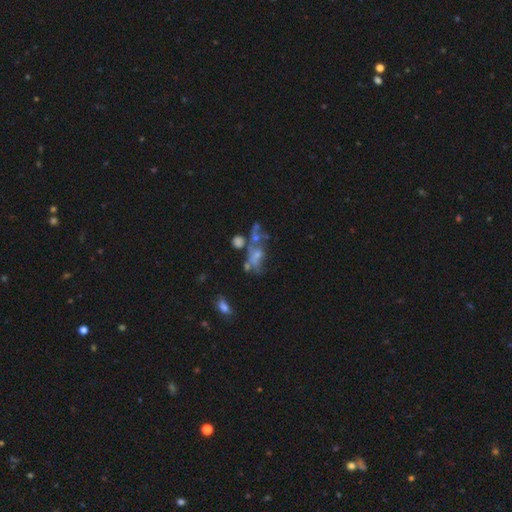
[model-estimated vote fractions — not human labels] Smooth or featured?
  - featured or disk: 43% *
  - smooth: 38%
  - star or artifact: 19%
Merging?
  - merger: 38% *
  - major disturbance: 25%
  - none: 23%
  - minor disturbance: 14%